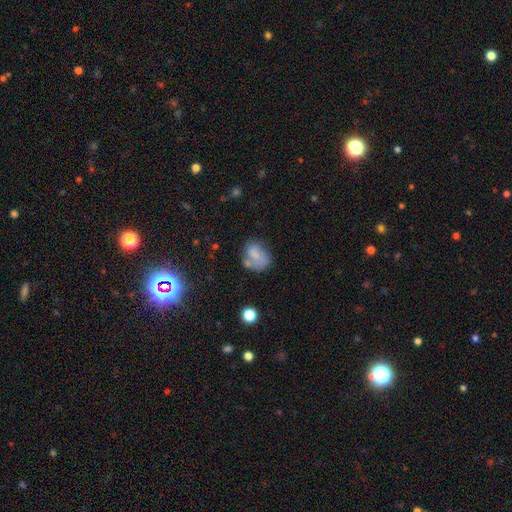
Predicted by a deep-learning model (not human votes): Smooth or featured? smooth (64%)
How rounded? in between (61%)
Merging? none (43%)